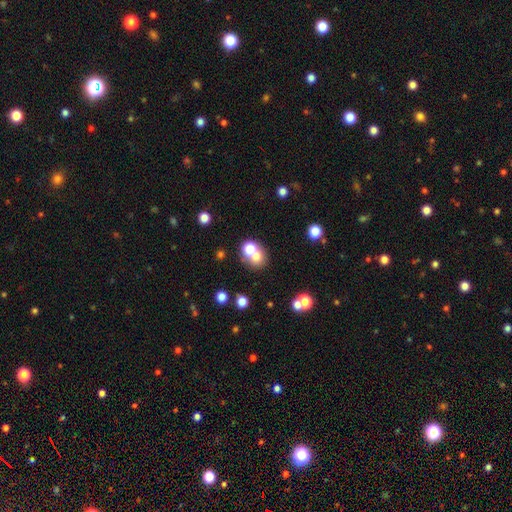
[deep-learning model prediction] This appears to be a smooth galaxy with no disk features (69%) that is round (78%). Merging: none (47%).